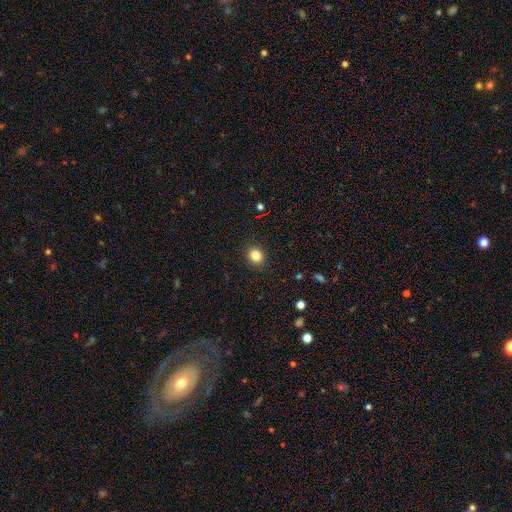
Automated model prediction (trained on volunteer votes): Morphology: type=smooth (83%); roundness=round (71%); merging=none (90%).